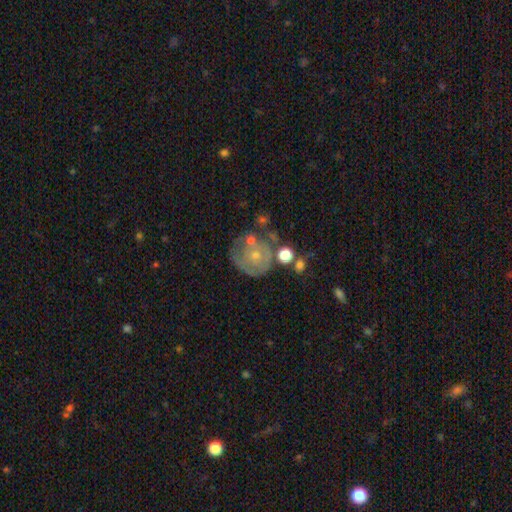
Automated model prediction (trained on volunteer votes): This is possibly a featured or disk galaxy (55%). It is clearly not viewed edge-on (97%). Bar: clearly no (87%). Spiral arm pattern: possibly no (55%). Central bulge: likely small (70%). Merging: marginally none (45%).